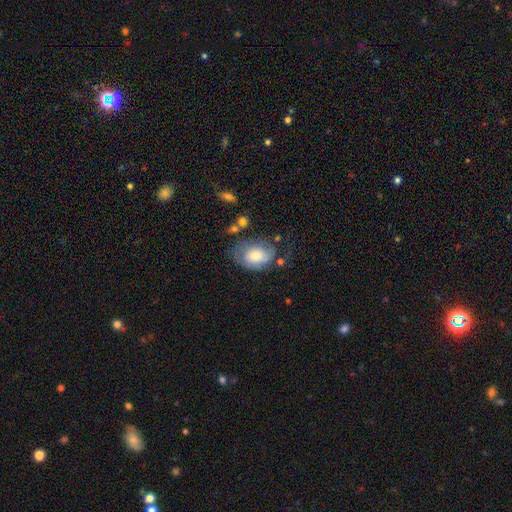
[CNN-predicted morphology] Smooth or featured: smooth — 55% (featured or disk — 38%)
How rounded: in between — 78% (round — 21%)
Merging: none — 47% (minor disturbance — 28%)